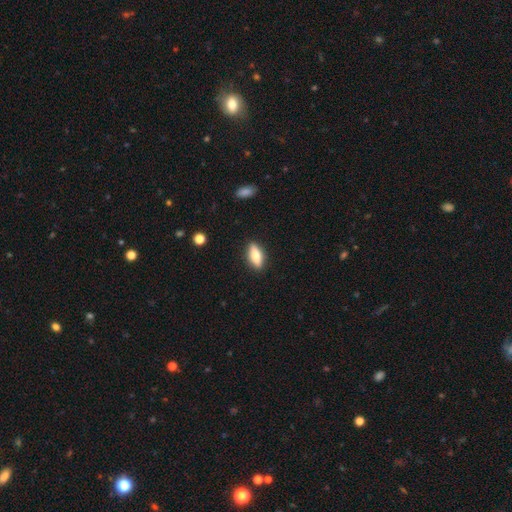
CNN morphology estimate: A smooth galaxy with no disk features (68%) that is in between round and cigar-shaped (72%).

Vote fractions:
- Smooth or featured? smooth: 68% / featured or disk: 25% / star or artifact: 7%
- How rounded? in between: 72% / cigar-shaped: 25% / round: 3%
- Merging? none: 88% / minor disturbance: 9% / major disturbance: 2% / merger: 1%